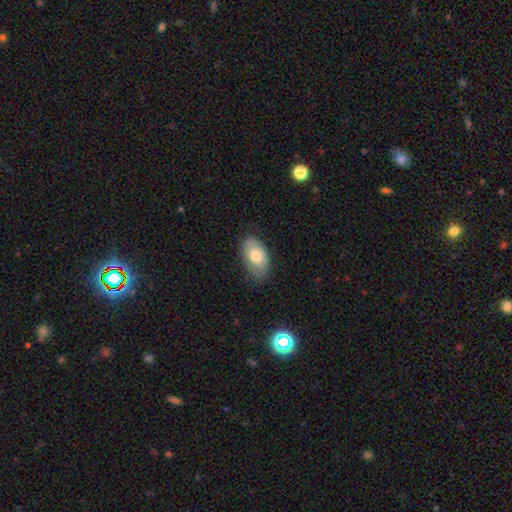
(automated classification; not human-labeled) Smooth or featured?
  - smooth: 72% *
  - featured or disk: 22%
  - star or artifact: 6%
How rounded?
  - in between: 94% *
  - round: 5%
  - cigar-shaped: 1%
Merging?
  - none: 75% *
  - minor disturbance: 19%
  - major disturbance: 4%
  - merger: 1%